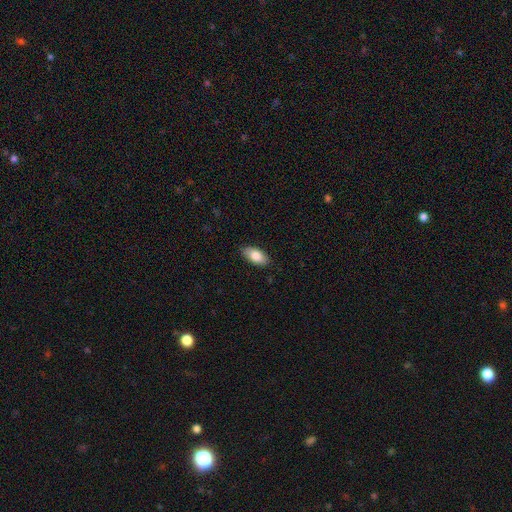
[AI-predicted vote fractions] Smooth or featured? smooth (82%)
How rounded? in between (92%)
Merging? none (86%)